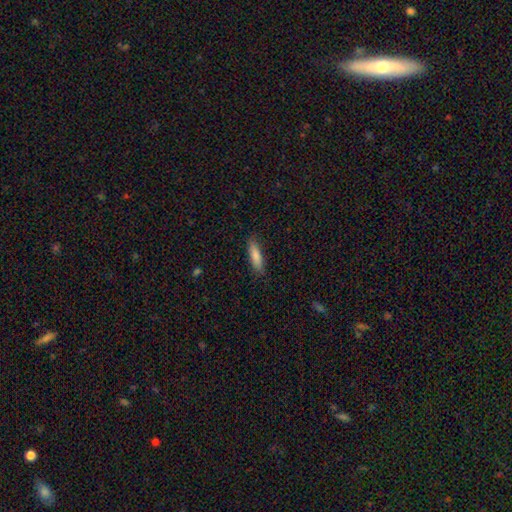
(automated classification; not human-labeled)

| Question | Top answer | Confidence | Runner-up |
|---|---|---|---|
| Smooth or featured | smooth | 82% | featured or disk (12%) |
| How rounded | cigar-shaped | 68% | in between (31%) |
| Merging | none | 85% | minor disturbance (12%) |